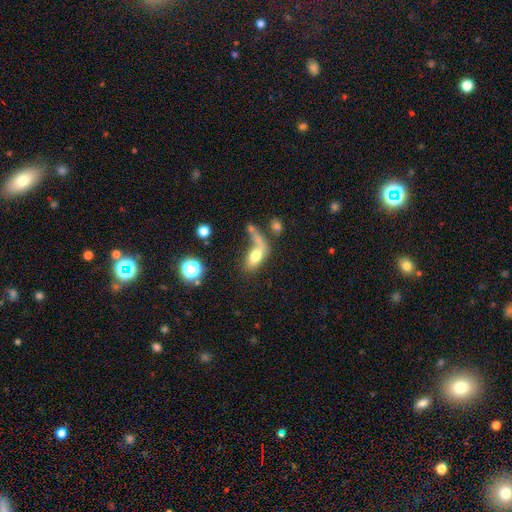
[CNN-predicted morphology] Smooth or featured: smooth — 67% (featured or disk — 22%)
How rounded: in between — 81% (round — 10%)
Merging: merger — 33% (major disturbance — 27%)